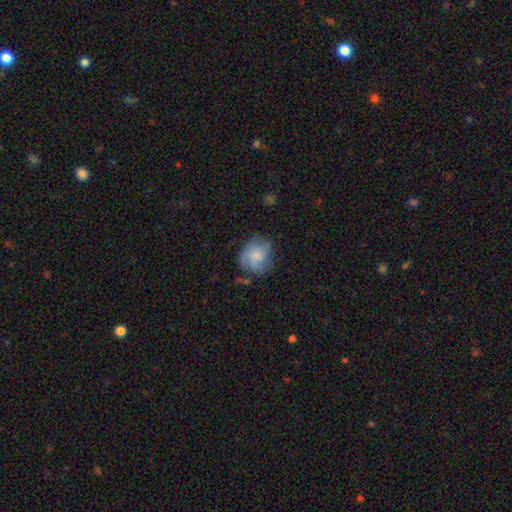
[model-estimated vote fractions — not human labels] Q: Smooth or featured?
A: smooth (63%); runner-up: featured or disk (29%)
Q: How rounded?
A: round (65%); runner-up: in between (34%)
Q: Merging?
A: none (58%); runner-up: minor disturbance (27%)